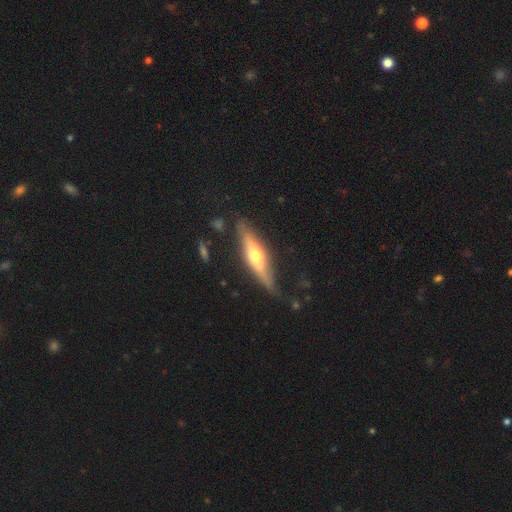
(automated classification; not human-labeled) Smooth or featured? Predicted: featured or disk (p=0.61). Edge-on disk? Predicted: yes (p=0.88). Edge-on bulge? Predicted: rounded (p=0.89). Merging? Predicted: none (p=0.77).